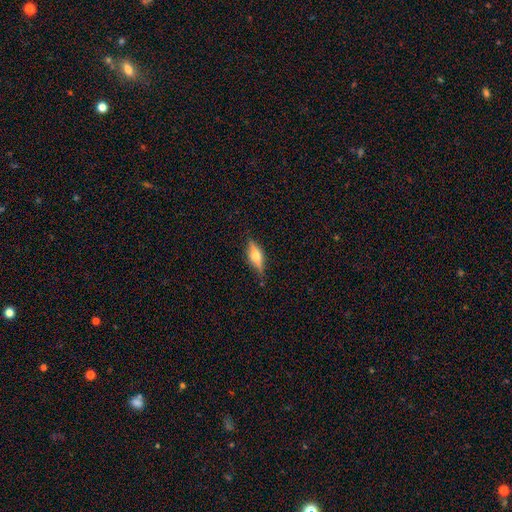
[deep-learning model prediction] Smooth or featured? Predicted: featured or disk (p=0.57). Edge-on disk? Predicted: yes (p=0.93). Edge-on bulge? Predicted: rounded (p=0.92). Merging? Predicted: none (p=0.81).